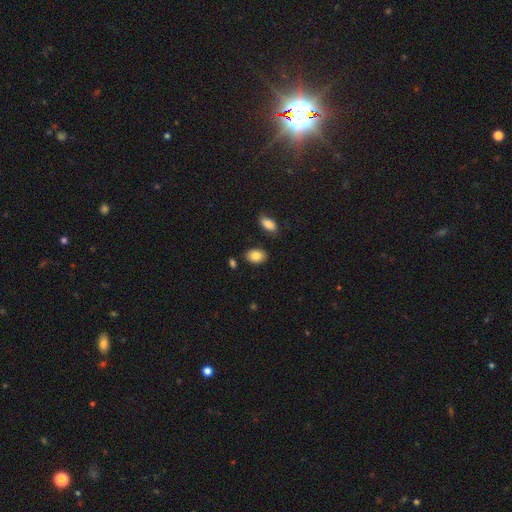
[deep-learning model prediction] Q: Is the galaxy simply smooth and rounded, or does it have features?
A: smooth — 85%.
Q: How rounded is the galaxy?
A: in between — 85%.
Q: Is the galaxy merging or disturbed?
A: none — 83%.